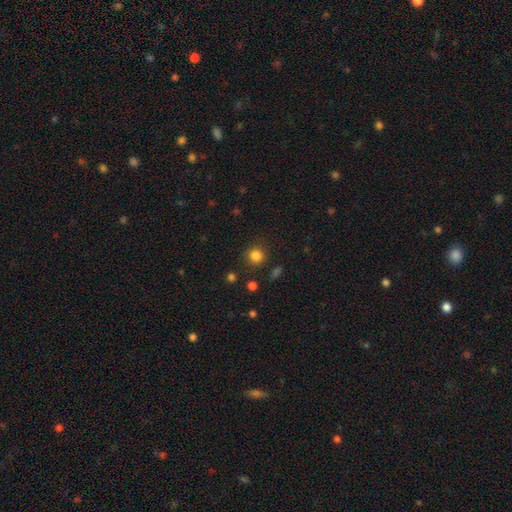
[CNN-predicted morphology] The model was most divided on "smooth or featured": smooth: 83%, star or artifact: 12%, featured or disk: 4%. More confident: how rounded — round (90%); merging — none (85%).